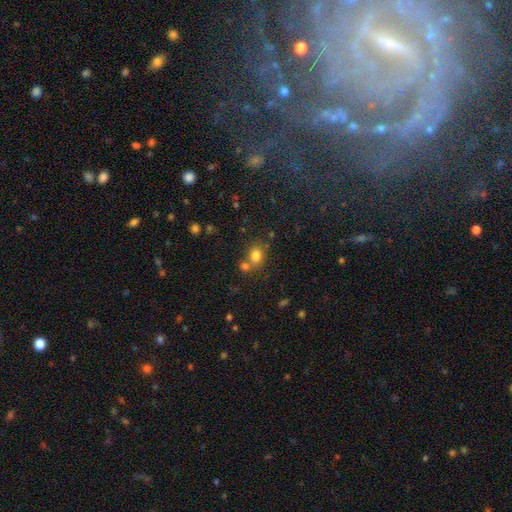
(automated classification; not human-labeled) The model was most divided on "how rounded": round: 50%, in between: 49%, cigar-shaped: 1%. More confident: smooth or featured — smooth (78%); merging — none (53%).